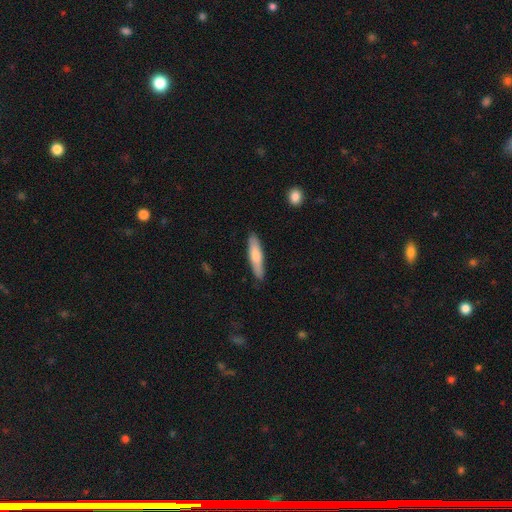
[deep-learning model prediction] Smooth or featured? smooth (70%)
How rounded? cigar-shaped (79%)
Merging? none (86%)